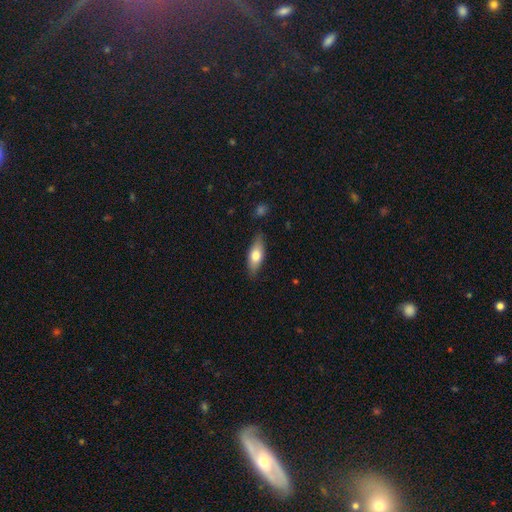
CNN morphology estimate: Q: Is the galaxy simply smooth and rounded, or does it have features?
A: smooth — 69%.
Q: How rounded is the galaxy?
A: in between — 73%.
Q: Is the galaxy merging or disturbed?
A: none — 82%.